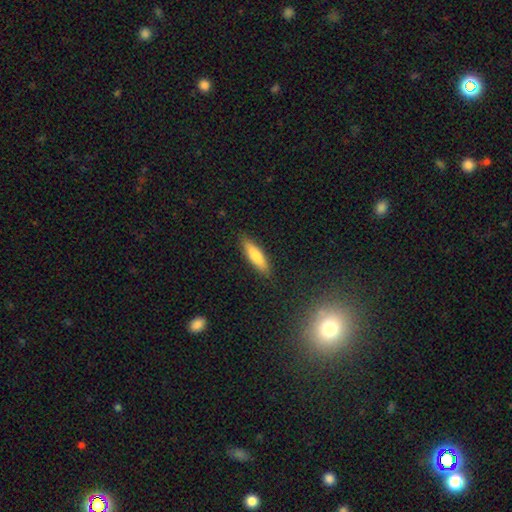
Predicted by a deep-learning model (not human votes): Smooth or featured? smooth (78%)
How rounded? cigar-shaped (67%)
Merging? none (88%)